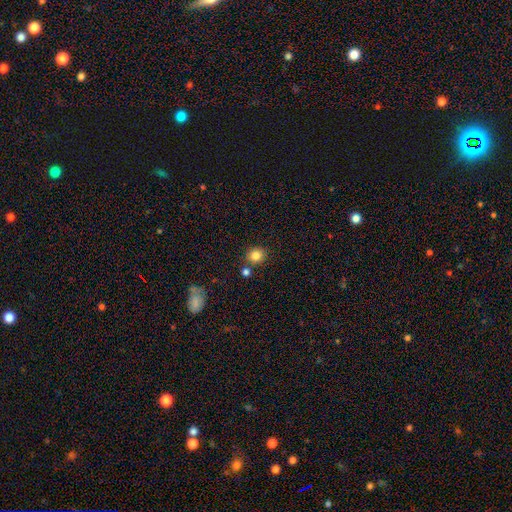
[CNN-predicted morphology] A smooth galaxy with no disk features (83%) that is round (83%). Merging: none (79%).